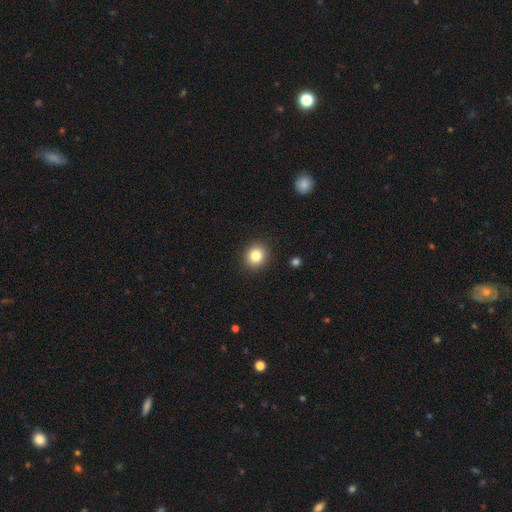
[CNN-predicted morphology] A smooth galaxy with no disk features (82%) that is round (83%). Merging: none (91%).